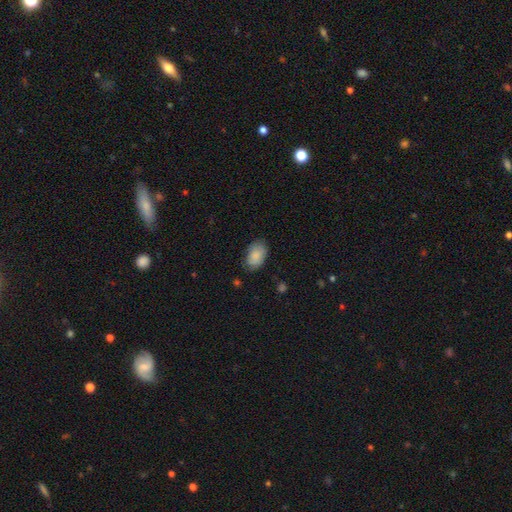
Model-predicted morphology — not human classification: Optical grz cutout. It shows a smooth galaxy with no disk features (86%) that is in between round and cigar-shaped (92%). Merging: none (76%).